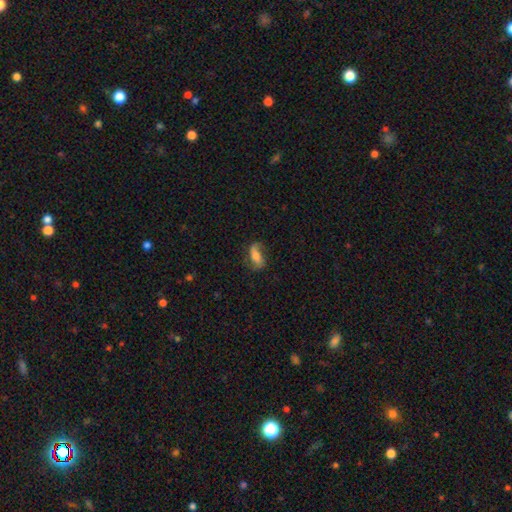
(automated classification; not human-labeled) This appears to be a smooth galaxy with no disk features (54%) that is in between round and cigar-shaped (79%). Merging: none (59%).